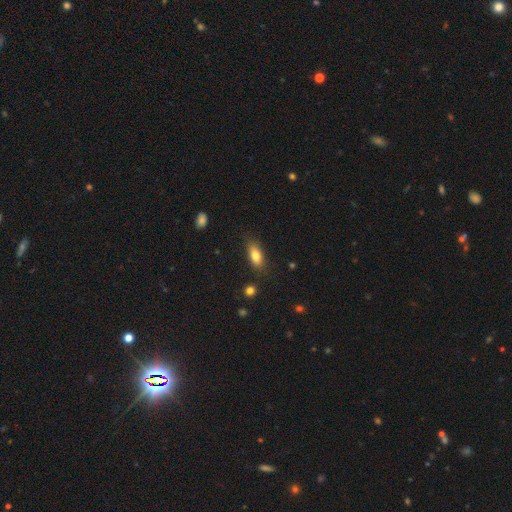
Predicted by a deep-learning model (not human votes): smooth_or_featured: smooth (p=0.80) [alt: featured or disk p=0.12]
how_rounded: in between (p=0.80) [alt: cigar-shaped p=0.16]
merging: none (p=0.82) [alt: minor disturbance p=0.13]